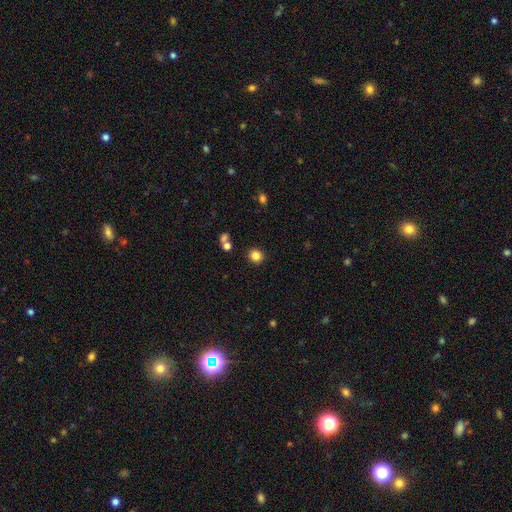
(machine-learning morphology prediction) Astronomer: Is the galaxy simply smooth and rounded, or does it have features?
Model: smooth — 83%.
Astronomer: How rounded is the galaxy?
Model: round — 88%.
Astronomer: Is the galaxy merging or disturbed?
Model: none — 88%.